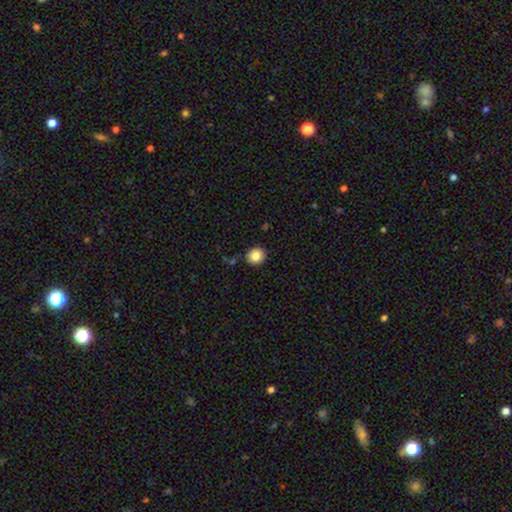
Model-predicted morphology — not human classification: type=smooth (86%); roundness=round (85%); merging=none (89%).